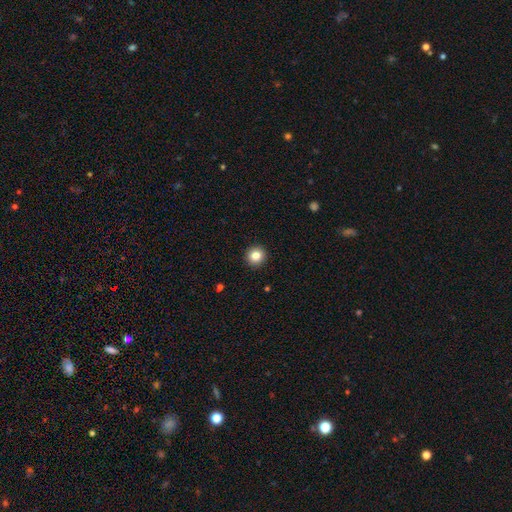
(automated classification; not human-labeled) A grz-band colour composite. It shows a smooth galaxy with no disk features (83%) that is round (94%). Merging: none (93%).